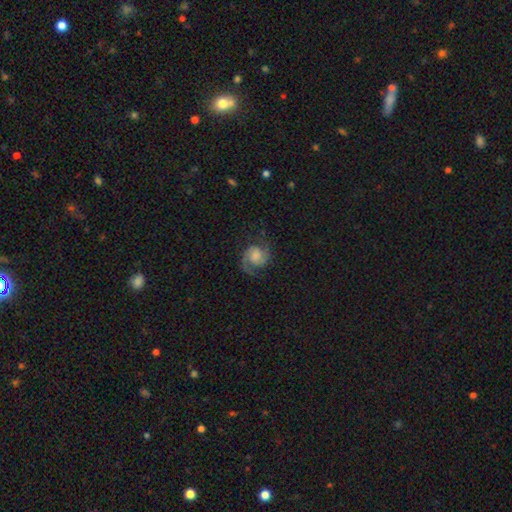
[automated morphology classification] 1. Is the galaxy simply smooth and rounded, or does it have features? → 85% featured or disk, 9% smooth, 6% star or artifact.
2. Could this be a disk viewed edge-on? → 98% no, 2% yes.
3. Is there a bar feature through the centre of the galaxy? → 63% no, 31% weak, 6% strong.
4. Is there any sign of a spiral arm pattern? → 98% yes, 2% no.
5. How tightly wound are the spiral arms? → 53% medium, 29% tight, 18% loose.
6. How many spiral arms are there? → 92% 2, 2% can't tell, 2% 1, 2% 3, 1% 4, 1% more than 4.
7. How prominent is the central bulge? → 28% moderate, 26% none, 23% small, 19% large, 3% dominant.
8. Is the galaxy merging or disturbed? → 77% none, 15% minor disturbance, 7% major disturbance, 1% merger.